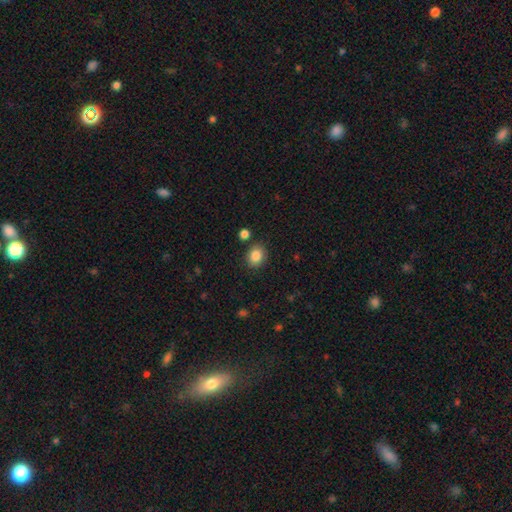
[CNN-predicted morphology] Smooth or featured? Predicted: smooth (p=0.86). How rounded? Predicted: round (p=0.58). Merging? Predicted: none (p=0.85).